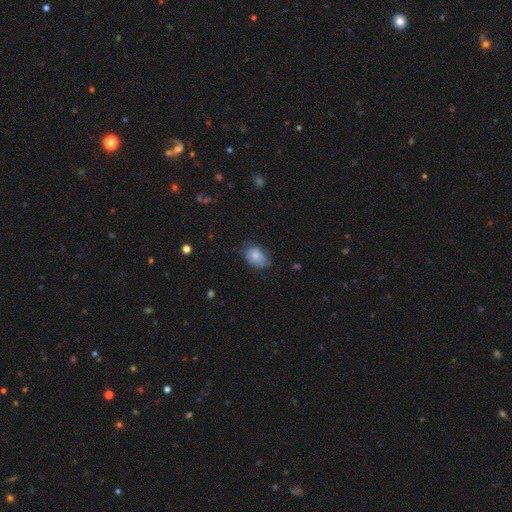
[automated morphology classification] This is likely a smooth galaxy (64%). How rounded: likely in between (80%). Merging: possibly none (59%).